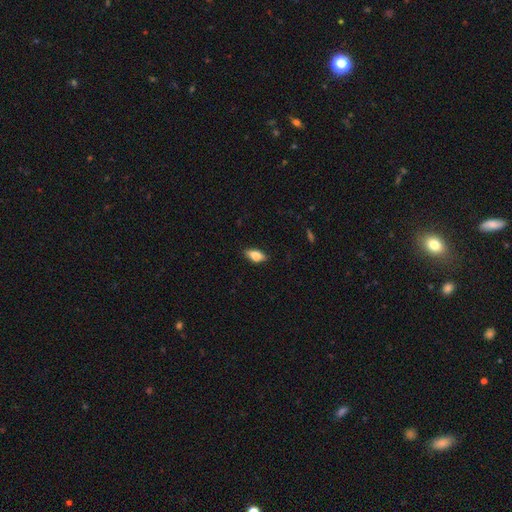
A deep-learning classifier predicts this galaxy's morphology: Q: Smooth or featured?
A: smooth (73%); runner-up: featured or disk (19%)
Q: How rounded?
A: in between (83%); runner-up: cigar-shaped (12%)
Q: Merging?
A: none (80%); runner-up: minor disturbance (16%)